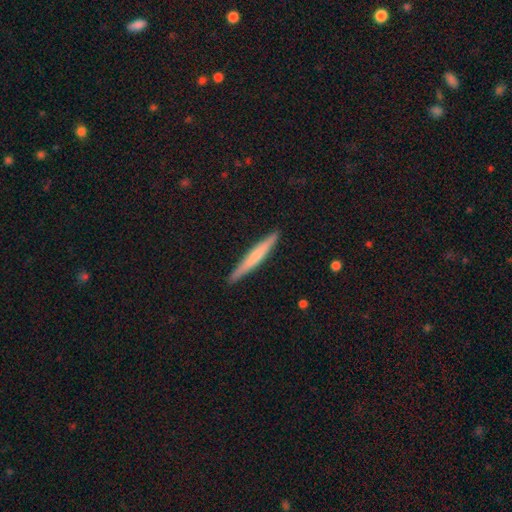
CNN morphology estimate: This appears to be a smooth galaxy with no disk features (55%) that is cigar-shaped (96%). Merging: none (91%).